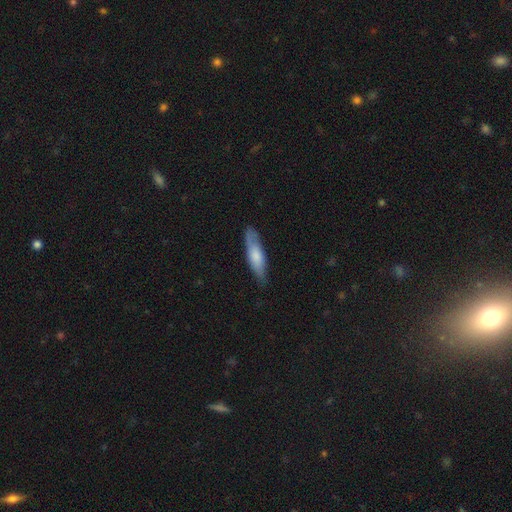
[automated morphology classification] This is likely a smooth galaxy (66%). How rounded: likely cigar-shaped (62%). Merging: likely none (76%).